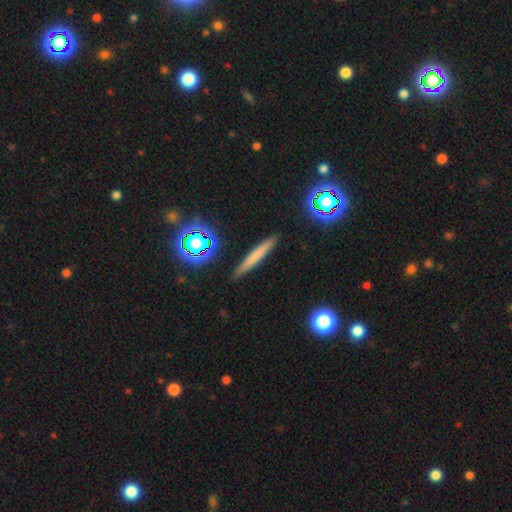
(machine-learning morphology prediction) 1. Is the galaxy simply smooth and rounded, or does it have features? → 62% smooth, 27% featured or disk, 11% star or artifact.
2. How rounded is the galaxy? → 94% cigar-shaped, 4% in between, 2% round.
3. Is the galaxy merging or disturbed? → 90% none, 7% minor disturbance, 2% major disturbance, 1% merger.